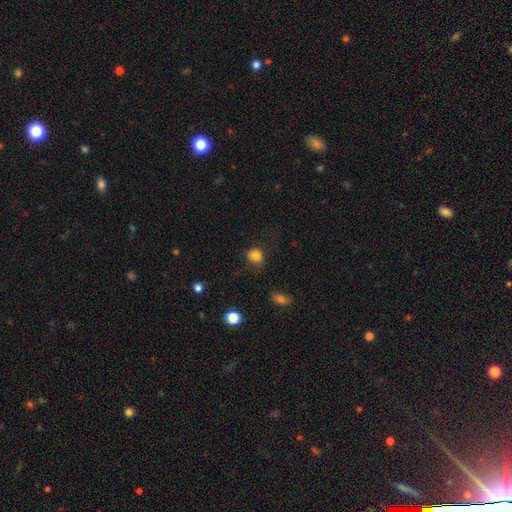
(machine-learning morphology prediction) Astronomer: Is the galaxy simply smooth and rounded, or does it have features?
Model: smooth — 83%.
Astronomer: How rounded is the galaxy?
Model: round — 70%.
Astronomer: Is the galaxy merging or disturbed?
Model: none — 73%.